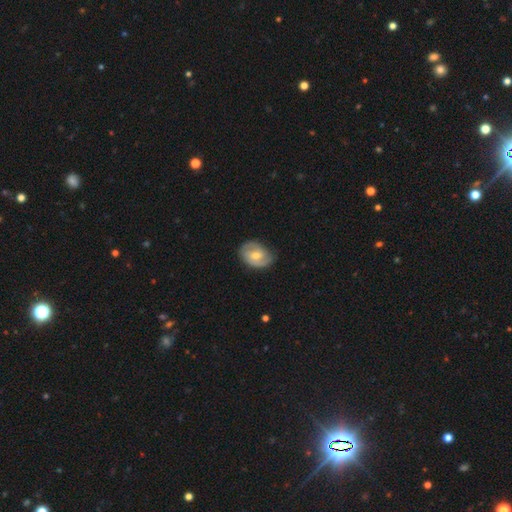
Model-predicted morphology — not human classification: This is likely a featured or disk galaxy (64%). It is clearly not viewed edge-on (96%). Bar: possibly no (49%). Spiral arm pattern: clearly yes (85%). Spiral arm count: likely 2 (67%). Spiral winding: marginally tight (44%). Central bulge: likely moderate (63%). Merging: likely none (71%).